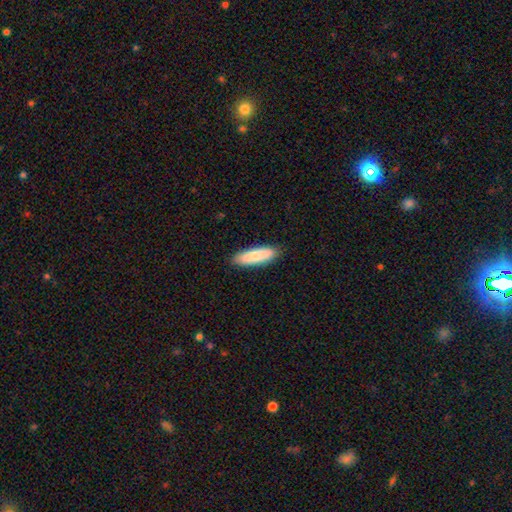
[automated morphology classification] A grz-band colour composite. It shows a smooth galaxy with no disk features (81%) that is cigar-shaped (59%). Merging: none (89%).